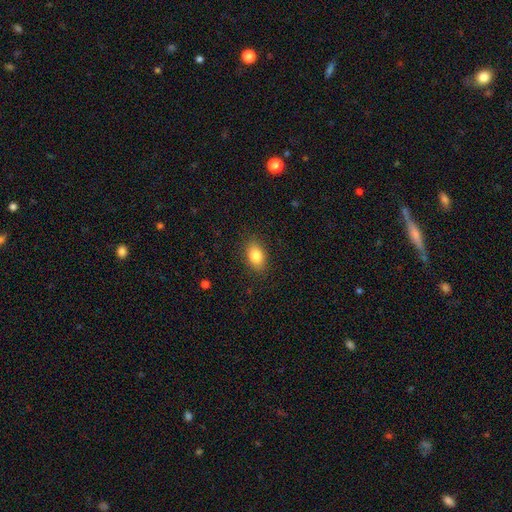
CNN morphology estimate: Q: Smooth or featured?
A: smooth (83%); runner-up: star or artifact (8%)
Q: How rounded?
A: in between (86%); runner-up: round (12%)
Q: Merging?
A: none (87%); runner-up: minor disturbance (10%)